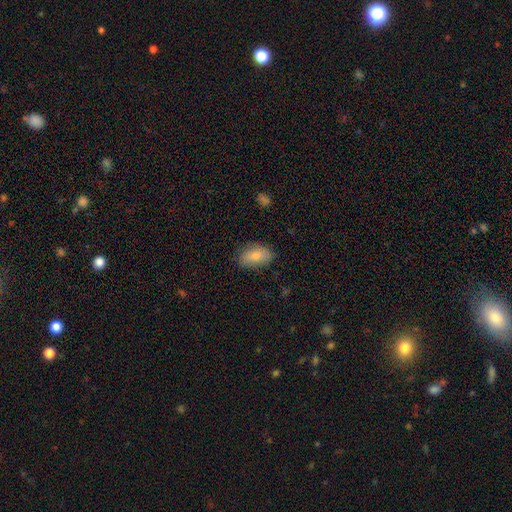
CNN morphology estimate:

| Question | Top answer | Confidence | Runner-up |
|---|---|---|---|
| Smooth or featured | smooth | 82% | featured or disk (11%) |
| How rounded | in between | 92% | round (6%) |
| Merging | none | 78% | minor disturbance (17%) |